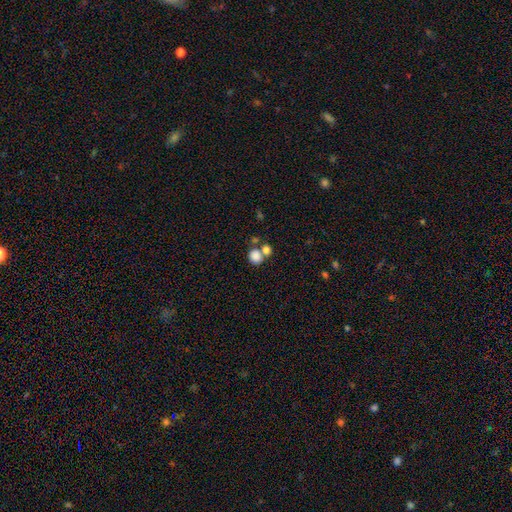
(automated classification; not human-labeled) Smooth or featured?
  - smooth: 83% *
  - star or artifact: 10%
  - featured or disk: 7%
How rounded?
  - round: 74% *
  - in between: 25%
  - cigar-shaped: 1%
Merging?
  - none: 46% *
  - merger: 41%
  - minor disturbance: 9%
  - major disturbance: 5%